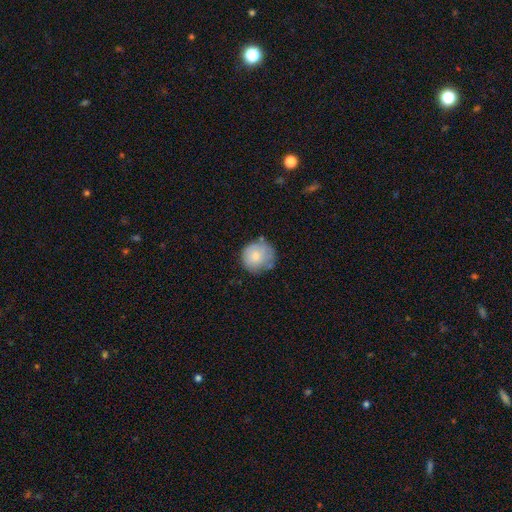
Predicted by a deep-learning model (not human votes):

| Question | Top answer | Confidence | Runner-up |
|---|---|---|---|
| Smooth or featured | smooth | 72% | featured or disk (21%) |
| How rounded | round | 90% | in between (9%) |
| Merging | none | 67% | minor disturbance (24%) |